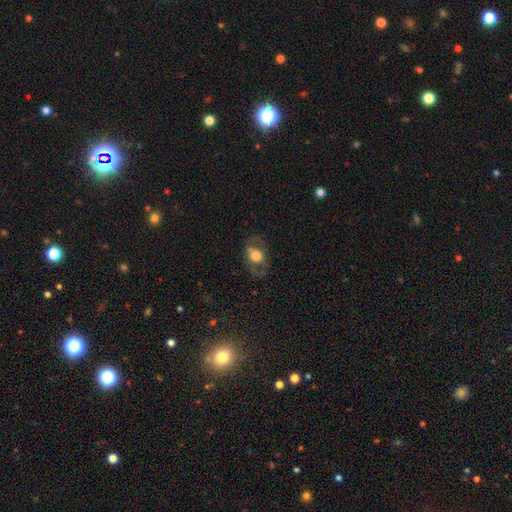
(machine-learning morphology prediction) A smooth galaxy with no disk features (53%) that is in between round and cigar-shaped (61%). Merging: none (68%).